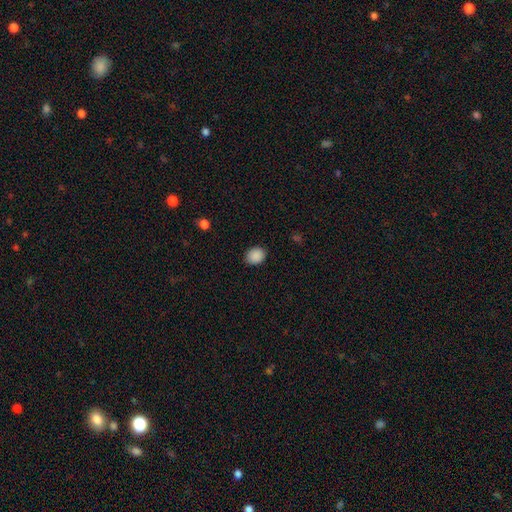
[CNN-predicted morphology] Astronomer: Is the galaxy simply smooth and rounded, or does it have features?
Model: smooth — 89%.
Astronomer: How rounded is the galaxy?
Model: round — 54% (runner-up: in between, 45%).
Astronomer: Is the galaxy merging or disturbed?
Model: none — 87%.